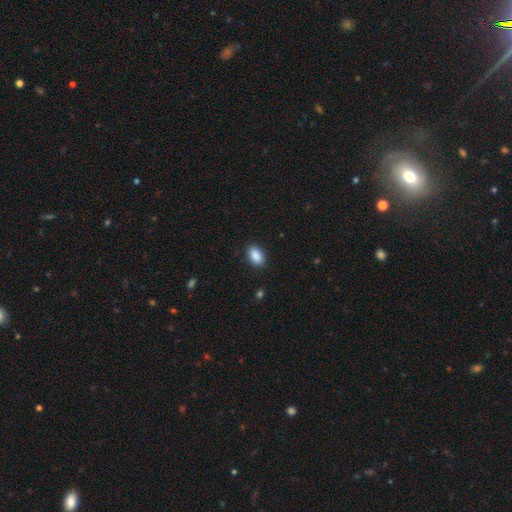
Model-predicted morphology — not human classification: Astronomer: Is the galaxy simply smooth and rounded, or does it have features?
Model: smooth — 90%.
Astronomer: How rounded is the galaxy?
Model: in between — 91%.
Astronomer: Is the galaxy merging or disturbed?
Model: none — 89%.